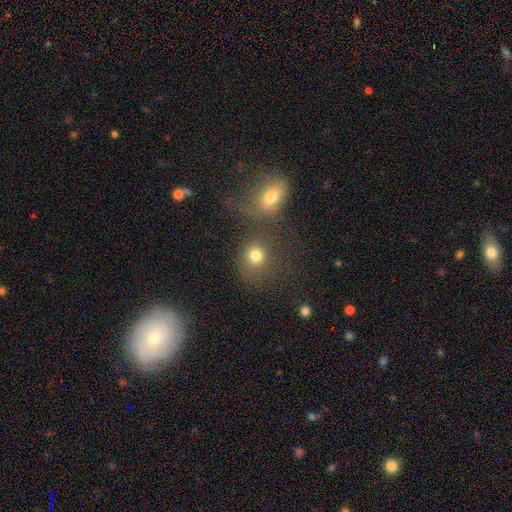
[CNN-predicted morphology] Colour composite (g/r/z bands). It shows a smooth galaxy with no disk features (78%) that is round (75%). Merging: none (53%).